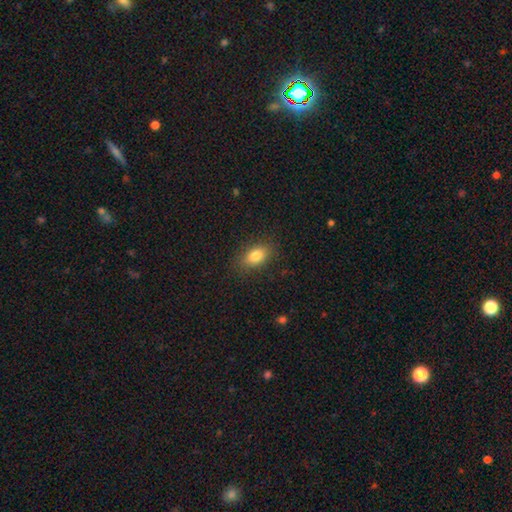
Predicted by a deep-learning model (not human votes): Overall: smooth (83%). How rounded: in between (87%). Merging: none (85%).